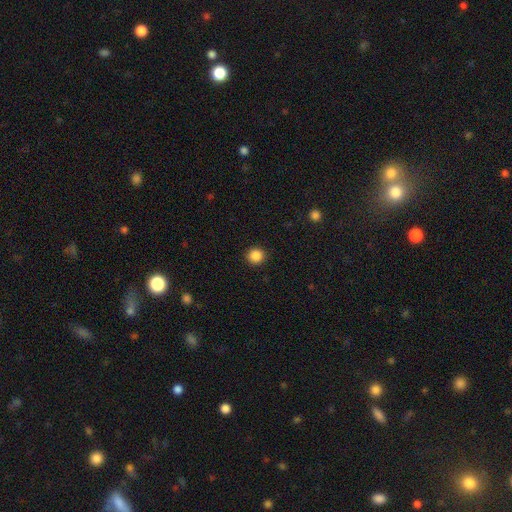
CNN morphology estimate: This is clearly a smooth galaxy (87%). How rounded: clearly round (93%). Merging: clearly none (92%).